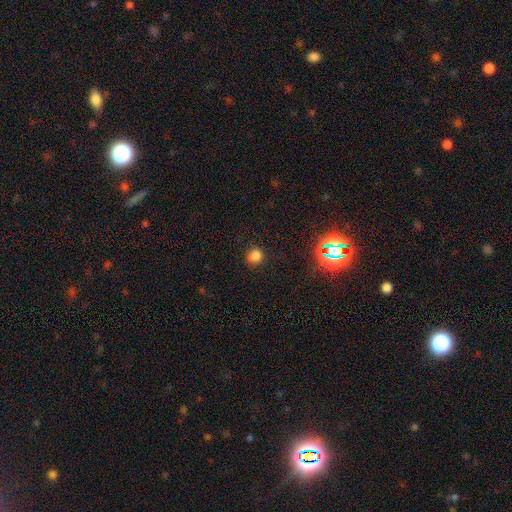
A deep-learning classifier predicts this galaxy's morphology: Smooth or featured: smooth — 77% (star or artifact — 18%)
How rounded: round — 89% (in between — 10%)
Merging: none — 87% (minor disturbance — 9%)